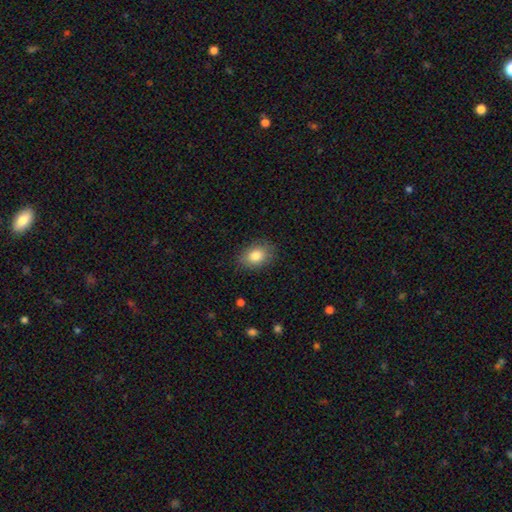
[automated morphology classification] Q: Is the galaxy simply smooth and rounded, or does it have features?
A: smooth — 83%.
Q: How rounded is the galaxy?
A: in between — 73%.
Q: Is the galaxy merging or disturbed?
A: none — 83%.